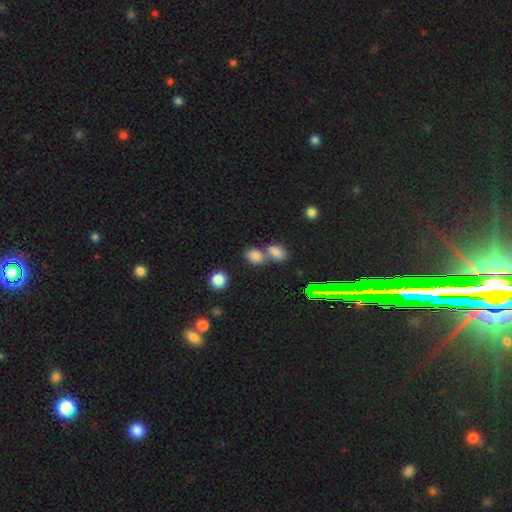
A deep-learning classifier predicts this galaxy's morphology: Smooth or featured?
  - smooth: 78% *
  - star or artifact: 15%
  - featured or disk: 7%
How rounded?
  - in between: 72% *
  - round: 26%
  - cigar-shaped: 2%
Merging?
  - merger: 46% *
  - none: 41%
  - minor disturbance: 9%
  - major disturbance: 4%